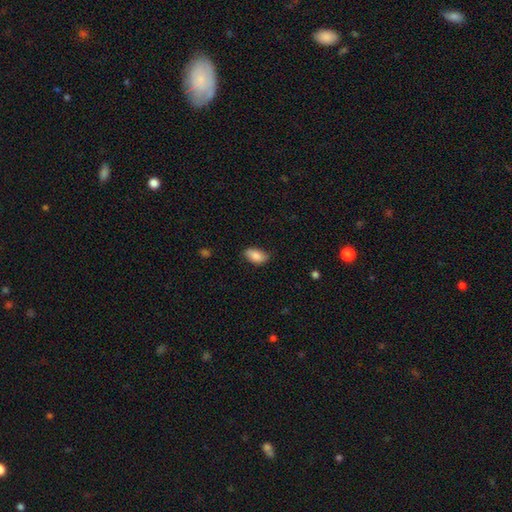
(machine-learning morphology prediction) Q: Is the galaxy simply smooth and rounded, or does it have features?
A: smooth — 85%.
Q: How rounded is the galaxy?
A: in between — 93%.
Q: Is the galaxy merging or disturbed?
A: none — 74%.